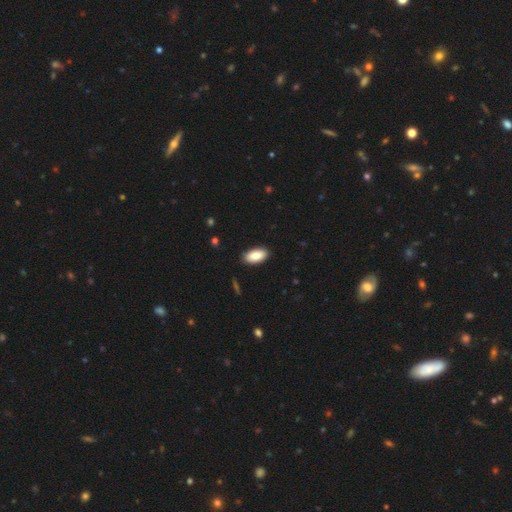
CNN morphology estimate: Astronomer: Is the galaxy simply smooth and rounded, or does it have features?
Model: smooth — 88%.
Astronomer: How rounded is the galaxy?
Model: in between — 94%.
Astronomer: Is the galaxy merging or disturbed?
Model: none — 89%.